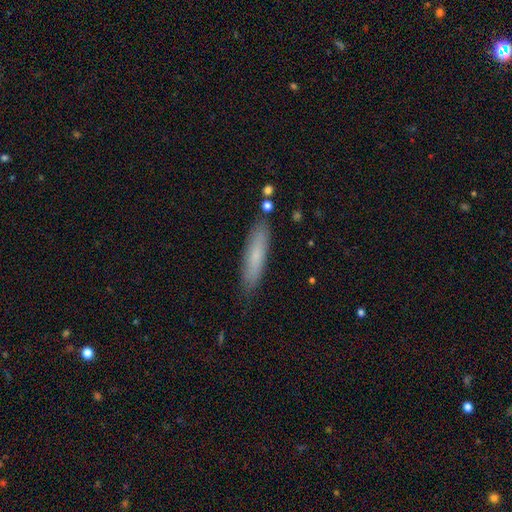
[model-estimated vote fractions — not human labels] smooth 72%, featured or disk 21%, star or artifact 7%. Down the decision tree: how rounded — cigar-shaped (81%); merging — none (84%).